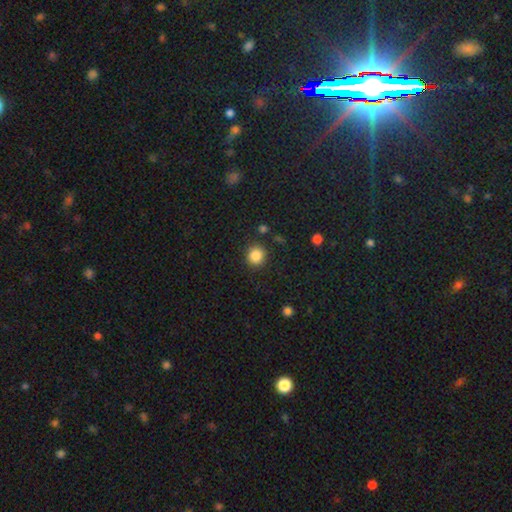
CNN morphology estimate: Smooth or featured: smooth — 86% (star or artifact — 10%)
How rounded: round — 88% (in between — 11%)
Merging: none — 89% (minor disturbance — 7%)